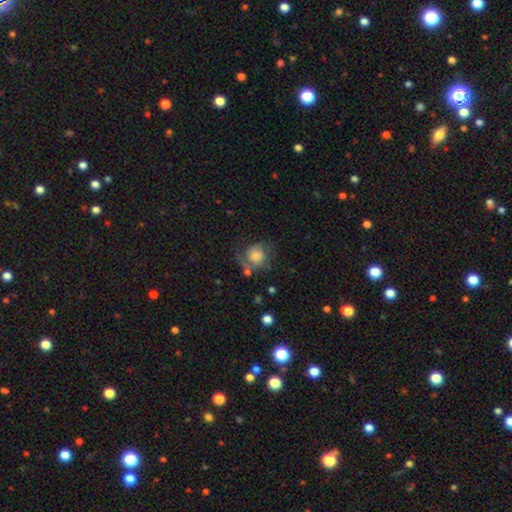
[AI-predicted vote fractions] Morphology: type=featured or disk (47%); merging=none (50%).